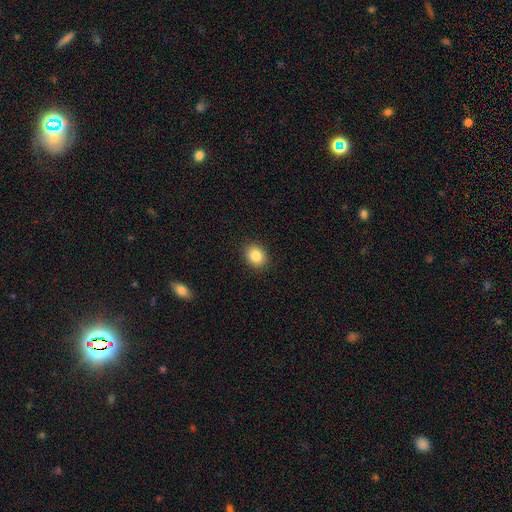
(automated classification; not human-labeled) A smooth galaxy with no disk features (85%) that is round (55%). Merging: none (90%).